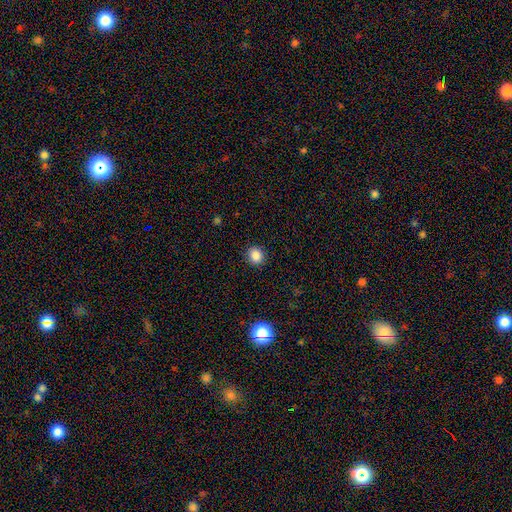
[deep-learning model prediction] This is clearly a smooth galaxy (86%). How rounded: clearly round (81%). Merging: clearly none (90%).